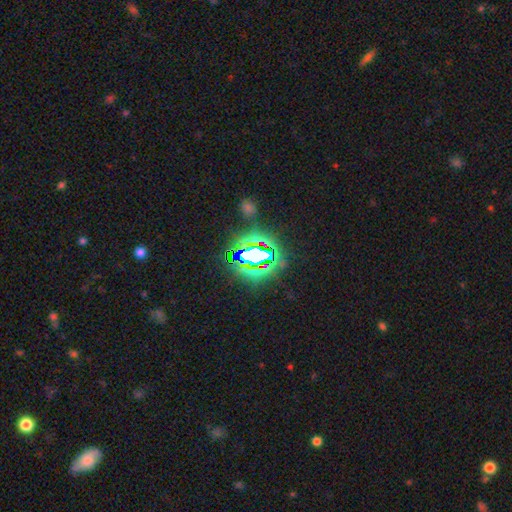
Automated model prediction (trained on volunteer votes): This appears to be a star or artifact, not a galaxy (71%).